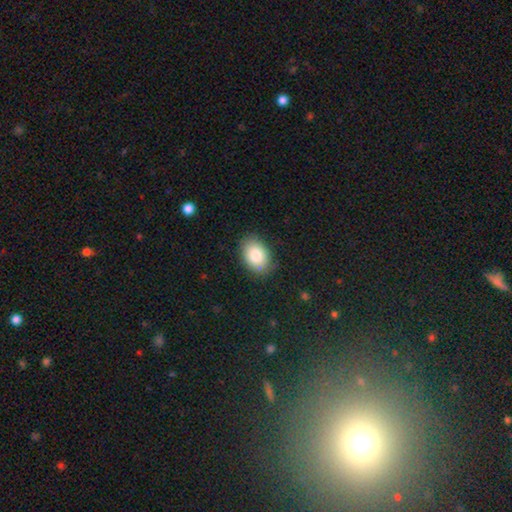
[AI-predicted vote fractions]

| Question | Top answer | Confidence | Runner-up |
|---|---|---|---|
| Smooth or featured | smooth | 85% | featured or disk (8%) |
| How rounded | in between | 78% | round (21%) |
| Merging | none | 83% | minor disturbance (13%) |